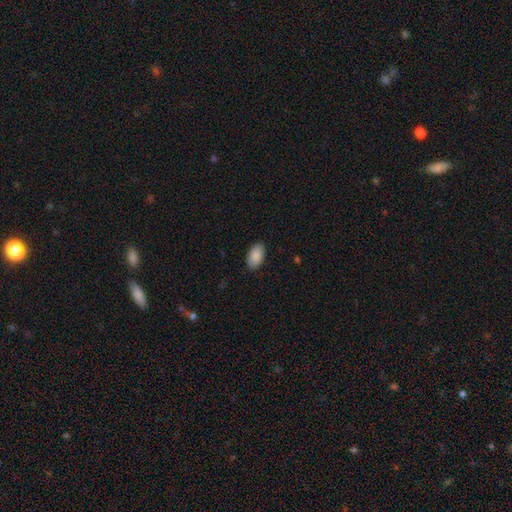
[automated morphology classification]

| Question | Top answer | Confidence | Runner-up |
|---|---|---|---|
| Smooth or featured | smooth | 90% | star or artifact (6%) |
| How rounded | in between | 95% | round (4%) |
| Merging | none | 88% | minor disturbance (9%) |